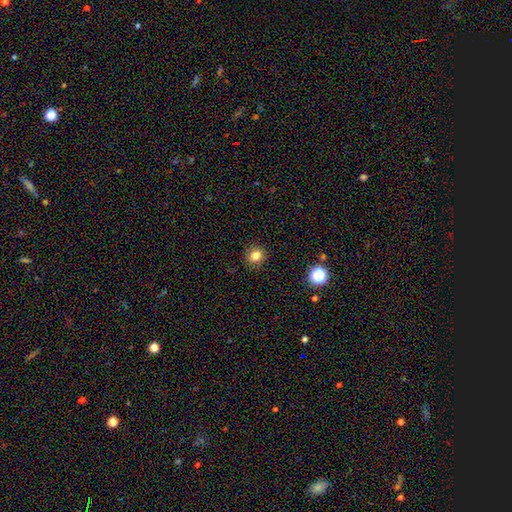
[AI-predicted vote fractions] Smooth or featured?
  - smooth: 81% *
  - star or artifact: 13%
  - featured or disk: 6%
How rounded?
  - round: 74% *
  - in between: 25%
  - cigar-shaped: 1%
Merging?
  - none: 89% *
  - minor disturbance: 7%
  - major disturbance: 2%
  - merger: 1%